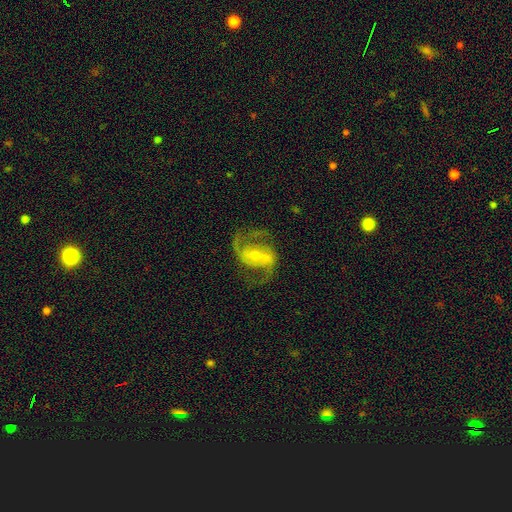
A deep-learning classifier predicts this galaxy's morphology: Smooth or featured?
  - featured or disk: 89% *
  - star or artifact: 6%
  - smooth: 5%
Edge-on disk?
  - no: 98% *
  - yes: 2%
Bar?
  - weak: 41% *
  - no: 30%
  - strong: 29%
Spiral arms?
  - yes: 97% *
  - no: 3%
Spiral winding?
  - medium: 59% *
  - loose: 29%
  - tight: 12%
Spiral arm count?
  - 2: 91% *
  - 3: 3%
  - can't tell: 2%
  - 1: 2%
  - 4: 1%
  - more than 4: 1%
Bulge size?
  - small: 50% *
  - moderate: 45%
  - large: 3%
  - none: 2%
  - dominant: 1%
Merging?
  - none: 68% *
  - minor disturbance: 13%
  - major disturbance: 10%
  - merger: 9%